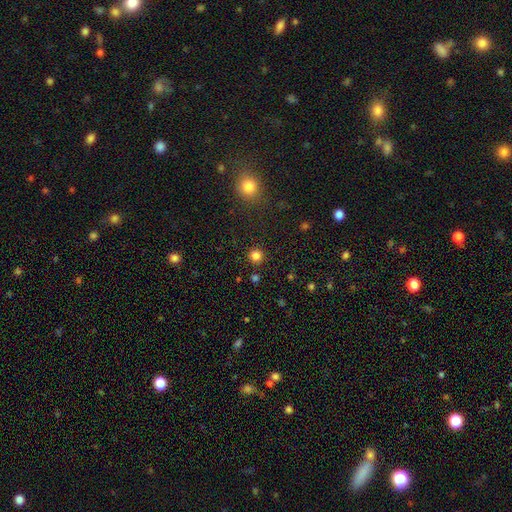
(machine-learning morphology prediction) Smooth or featured: smooth — 82% (star or artifact — 14%)
How rounded: round — 94% (in between — 5%)
Merging: none — 91% (minor disturbance — 6%)